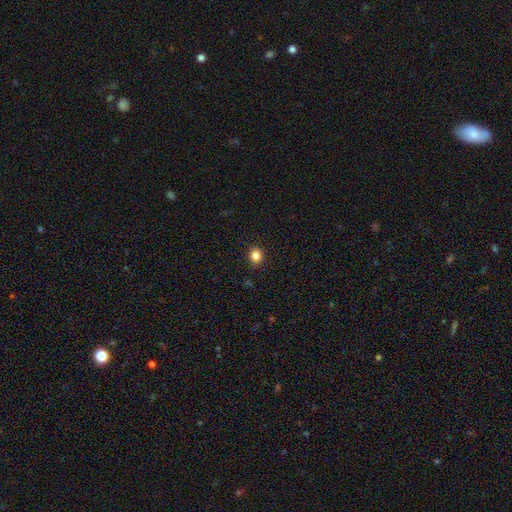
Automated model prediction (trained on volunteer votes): The model was most divided on "how rounded": round: 63%, in between: 36%, cigar-shaped: 1%. More confident: merging — none (90%); smooth or featured — smooth (84%).